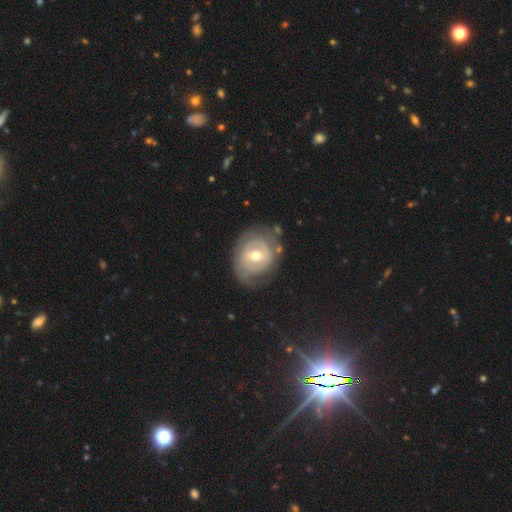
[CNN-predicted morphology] A featured or disk galaxy (77%) with a weak bar (50%), 2 (46%) tight (62%) spiral arms (82%) and a moderate central bulge (67%). Merging: none (66%).